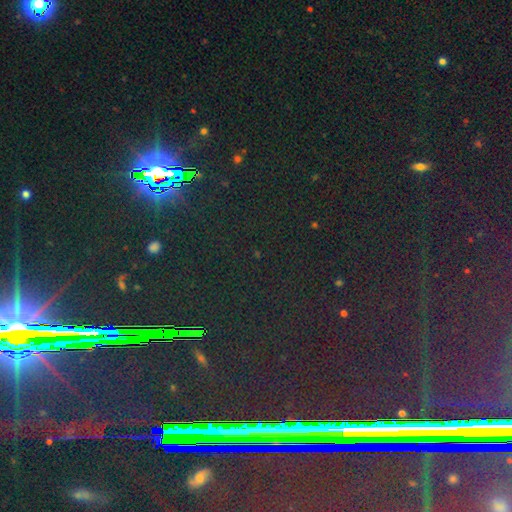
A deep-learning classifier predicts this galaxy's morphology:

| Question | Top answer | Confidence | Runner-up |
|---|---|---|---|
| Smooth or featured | star or artifact | 83% | smooth (10%) |